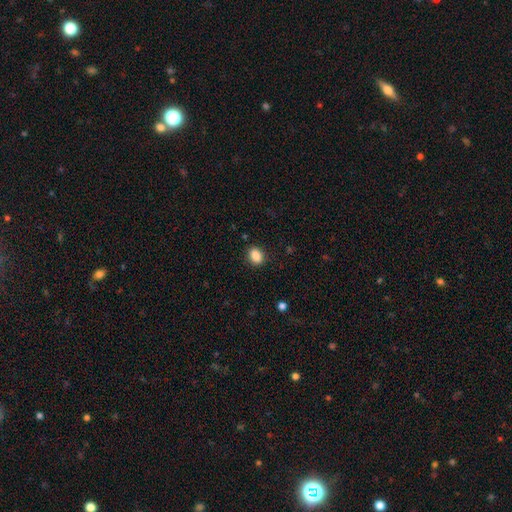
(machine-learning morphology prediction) The model was most divided on "how rounded": in between: 54%, round: 45%, cigar-shaped: 1%. More confident: merging — none (89%); smooth or featured — smooth (87%).